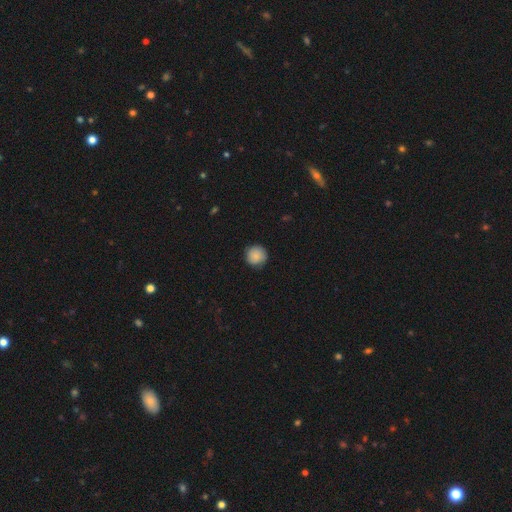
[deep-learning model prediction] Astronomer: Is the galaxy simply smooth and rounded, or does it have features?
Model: smooth — 85%.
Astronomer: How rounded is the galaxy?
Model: round — 94%.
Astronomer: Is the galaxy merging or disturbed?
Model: none — 83%.